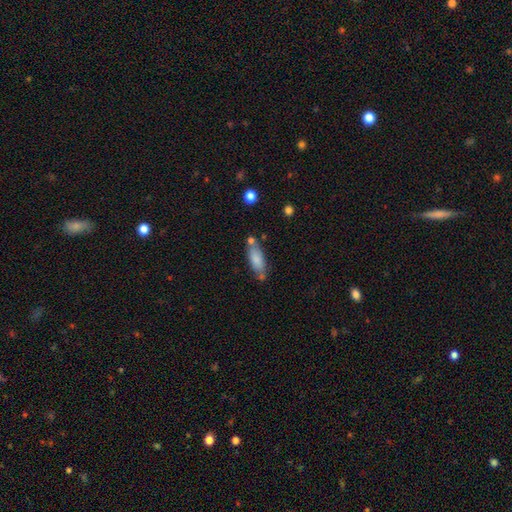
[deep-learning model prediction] Morphology: type=smooth (81%); roundness=in between (68%); merging=none (60%).